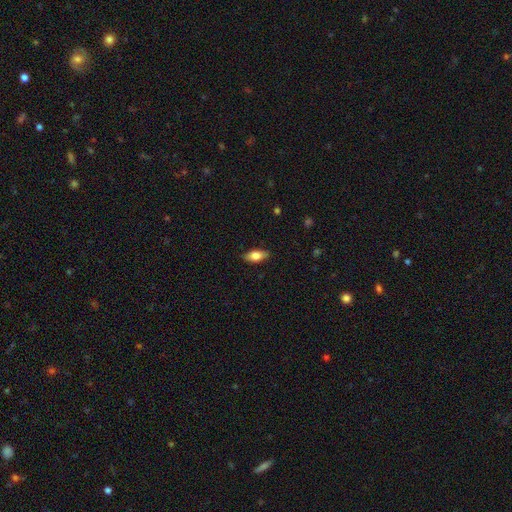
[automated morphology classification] Smooth or featured?
  - smooth: 74% *
  - featured or disk: 19%
  - star or artifact: 7%
How rounded?
  - in between: 84% *
  - cigar-shaped: 13%
  - round: 3%
Merging?
  - none: 87% *
  - minor disturbance: 10%
  - major disturbance: 2%
  - merger: 1%